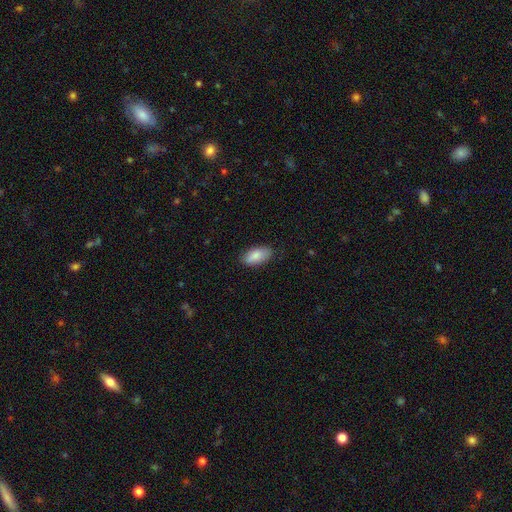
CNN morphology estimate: Smooth or featured: smooth — 85% (featured or disk — 9%)
How rounded: in between — 92% (cigar-shaped — 6%)
Merging: none — 84% (minor disturbance — 13%)